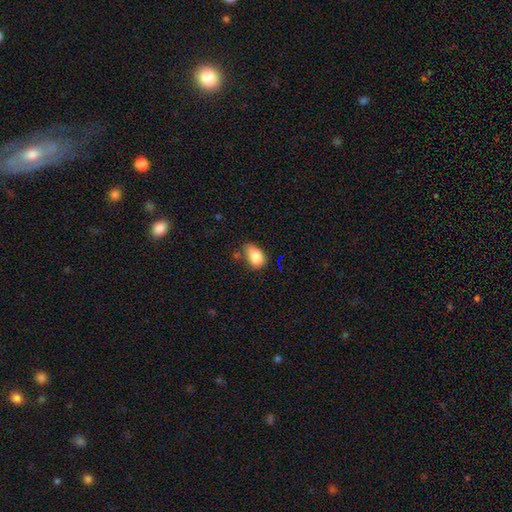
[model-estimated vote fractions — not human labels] smooth 87%, star or artifact 8%, featured or disk 5%. Down the decision tree: how rounded — in between (90%); merging — none (57%).